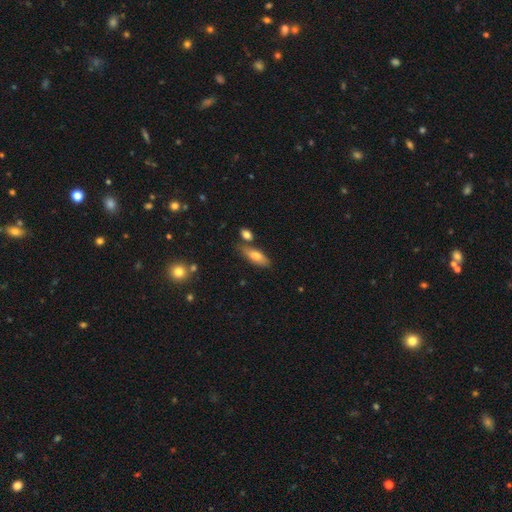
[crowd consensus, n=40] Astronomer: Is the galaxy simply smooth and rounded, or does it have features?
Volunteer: smooth — 65%.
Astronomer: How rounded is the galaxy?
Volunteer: in between — 69%.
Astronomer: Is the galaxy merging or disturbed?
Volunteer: none — 90%.